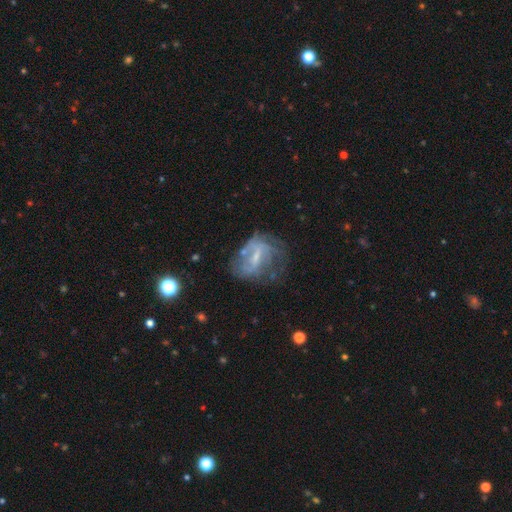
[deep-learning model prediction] The model was most divided on "merging": none: 42%, major disturbance: 28%, minor disturbance: 24%, merger: 5%. Remaining: edge-on disk — no (96%); smooth or featured — featured or disk (67%); spiral arms — yes (59%); bulge size — small (50%); bar — weak (48%).